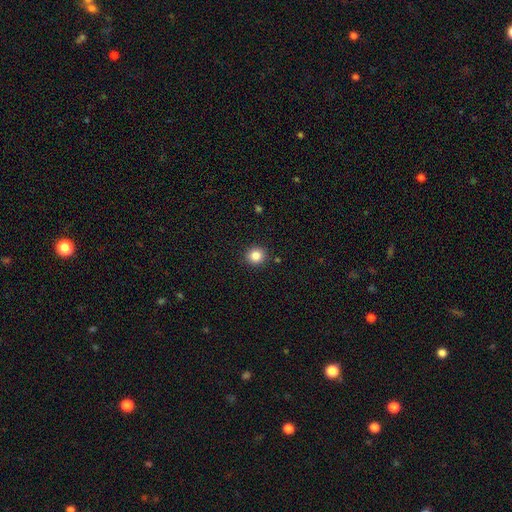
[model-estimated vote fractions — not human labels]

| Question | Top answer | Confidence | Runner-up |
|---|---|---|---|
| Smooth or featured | smooth | 85% | star or artifact (11%) |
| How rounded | round | 90% | in between (9%) |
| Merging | none | 91% | minor disturbance (6%) |